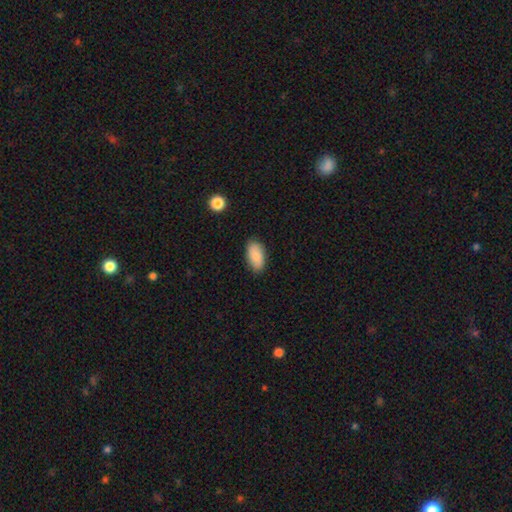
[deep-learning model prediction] Q: Smooth or featured?
A: smooth (87%); runner-up: star or artifact (7%)
Q: How rounded?
A: in between (93%); runner-up: cigar-shaped (4%)
Q: Merging?
A: none (84%); runner-up: minor disturbance (12%)